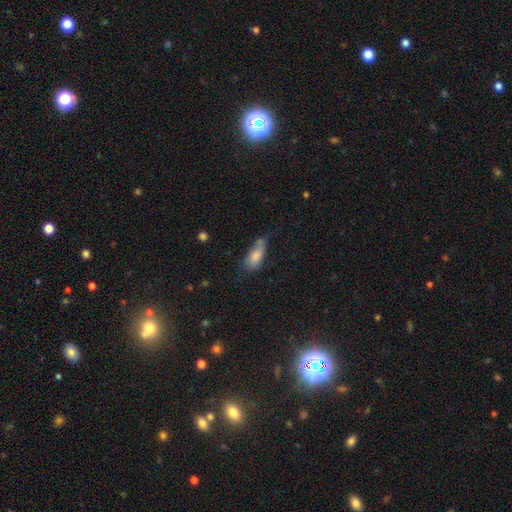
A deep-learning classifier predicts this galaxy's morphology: Smooth or featured? Predicted: smooth (p=0.78). How rounded? Predicted: in between (p=0.79). Merging? Predicted: none (p=0.44).